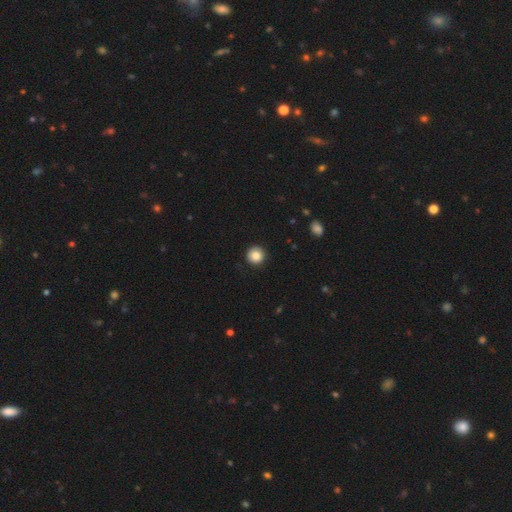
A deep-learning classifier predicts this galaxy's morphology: Q: Smooth or featured?
A: smooth (86%); runner-up: star or artifact (9%)
Q: How rounded?
A: round (95%); runner-up: in between (4%)
Q: Merging?
A: none (91%); runner-up: minor disturbance (6%)